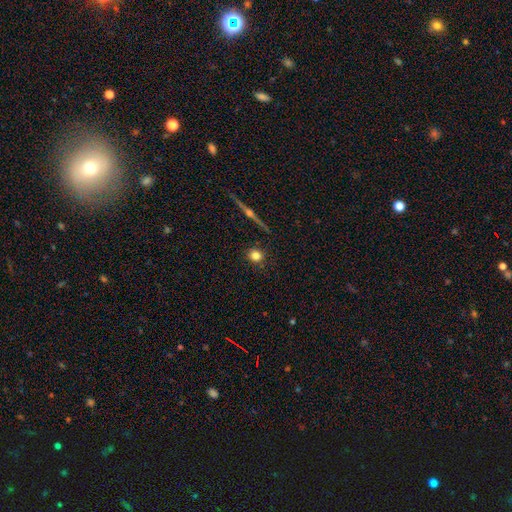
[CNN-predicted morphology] smooth 76%, featured or disk 13%, star or artifact 11%. Down the decision tree: how rounded — round (87%); merging — none (88%).